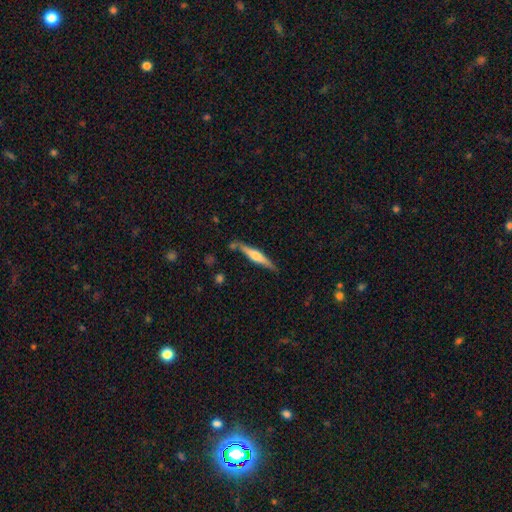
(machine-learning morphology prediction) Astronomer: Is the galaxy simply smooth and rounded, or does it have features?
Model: featured or disk — 63%.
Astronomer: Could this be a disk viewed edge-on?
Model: yes — 97%.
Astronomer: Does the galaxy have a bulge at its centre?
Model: rounded — 83%.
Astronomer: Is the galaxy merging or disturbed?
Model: none — 81%.